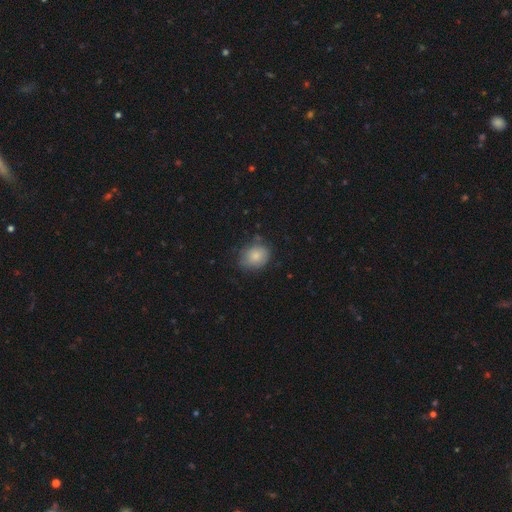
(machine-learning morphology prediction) smooth-or-featured: smooth: 81% | featured or disk: 11% | star or artifact: 8%
  how-rounded: round: 51% | in between: 48% | cigar-shaped: 1%
  merging: none: 68% | minor disturbance: 24% | major disturbance: 7% | merger: 2%